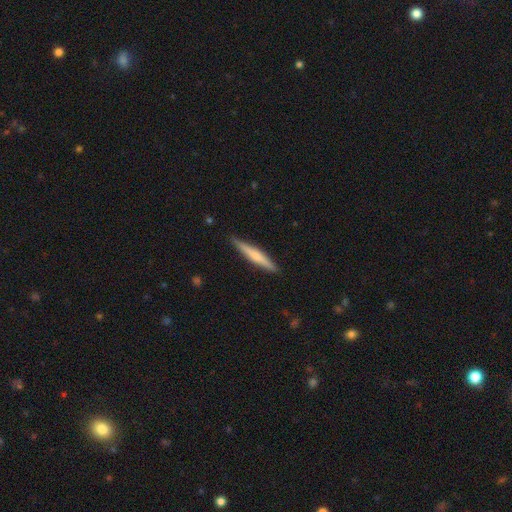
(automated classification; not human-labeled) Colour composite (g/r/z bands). It shows a smooth galaxy with no disk features (48%). Merging: none (89%).